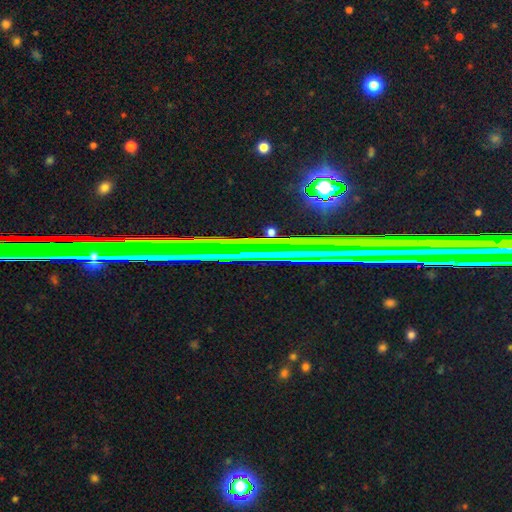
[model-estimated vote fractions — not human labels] smooth-or-featured: star or artifact: 81% | featured or disk: 11% | smooth: 8%